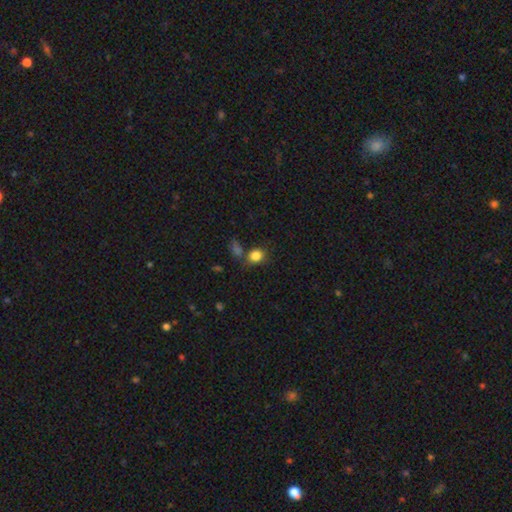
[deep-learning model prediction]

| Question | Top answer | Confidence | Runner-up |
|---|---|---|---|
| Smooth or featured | smooth | 83% | star or artifact (11%) |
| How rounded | round | 68% | in between (31%) |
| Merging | none | 65% | minor disturbance (15%) |